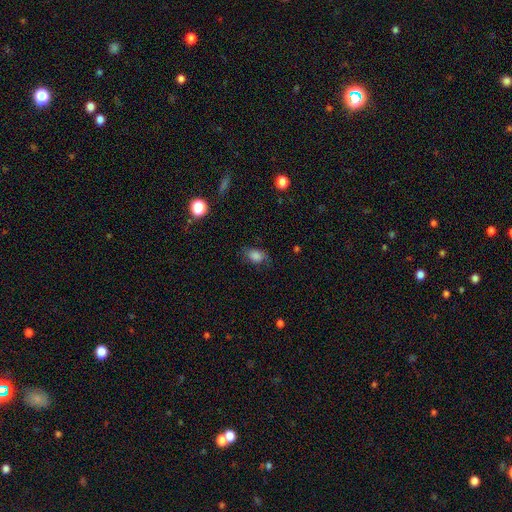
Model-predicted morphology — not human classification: This appears to be a smooth galaxy with no disk features (80%) that is in between round and cigar-shaped (77%). Merging: none (66%).